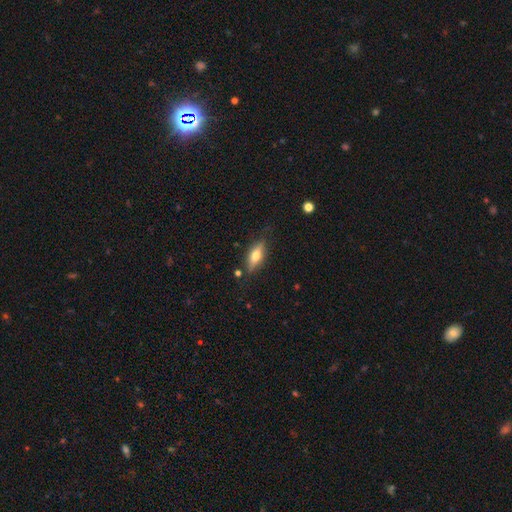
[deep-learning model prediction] Overall: smooth (56%; featured or disk 37%). How rounded: in between (64%; cigar-shaped 33%). Merging: none (78%).